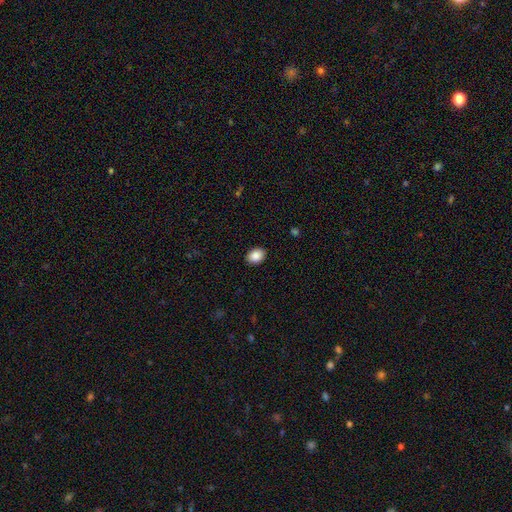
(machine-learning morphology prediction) Q: Smooth or featured?
A: smooth (89%); runner-up: star or artifact (8%)
Q: How rounded?
A: in between (72%); runner-up: round (27%)
Q: Merging?
A: none (90%); runner-up: minor disturbance (7%)